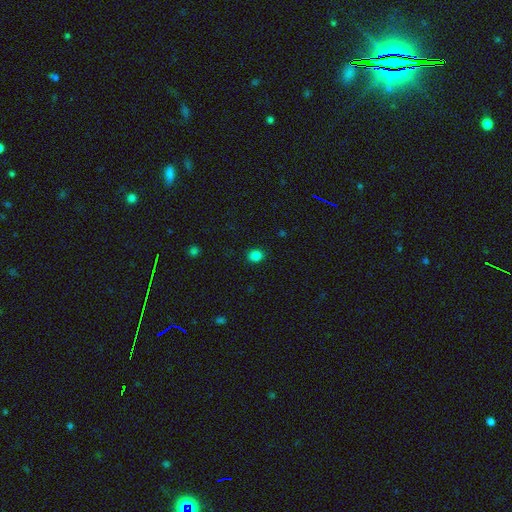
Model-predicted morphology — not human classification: type=smooth (83%); roundness=round (72%); merging=none (90%).